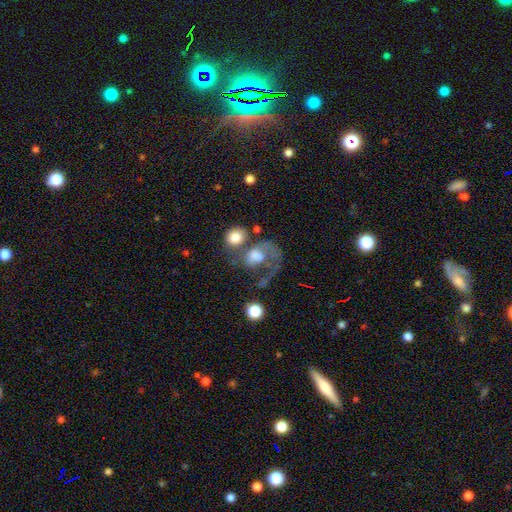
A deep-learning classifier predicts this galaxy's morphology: smooth-or-featured: smooth: 49% | featured or disk: 40% | star or artifact: 11%
  merging: major disturbance: 41% | merger: 27% | none: 21% | minor disturbance: 11%